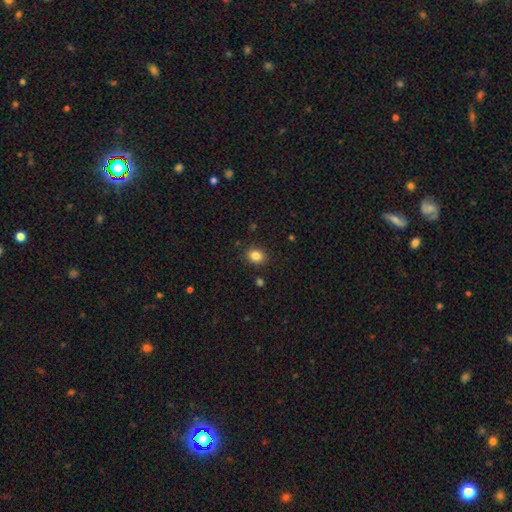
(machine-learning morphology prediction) smooth_or_featured: smooth (p=0.84) [alt: star or artifact p=0.11]
how_rounded: round (p=0.52) [alt: in between p=0.47]
merging: none (p=0.88) [alt: minor disturbance p=0.08]